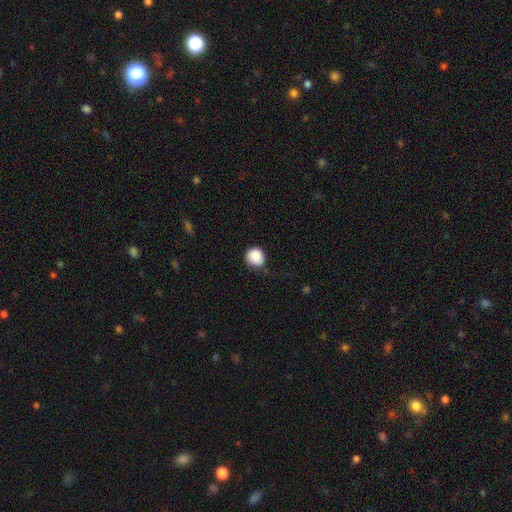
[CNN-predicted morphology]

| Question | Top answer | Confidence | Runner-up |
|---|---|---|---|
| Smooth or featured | smooth | 85% | star or artifact (8%) |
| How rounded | round | 87% | in between (13%) |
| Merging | none | 72% | minor disturbance (22%) |